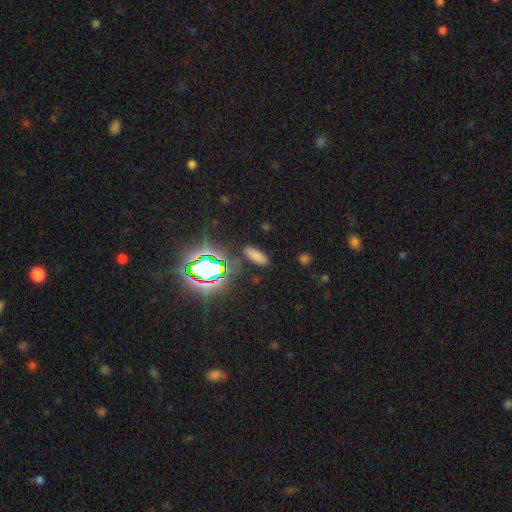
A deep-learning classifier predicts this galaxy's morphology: A smooth galaxy with no disk features (72%) that is in between round and cigar-shaped (62%). Merging: none (86%).